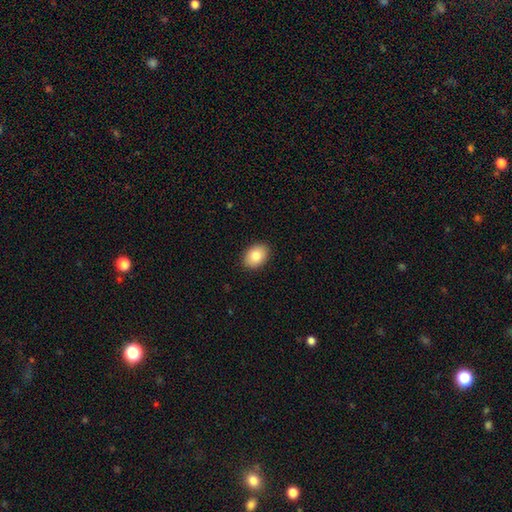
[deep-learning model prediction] This appears to be a smooth galaxy with no disk features (84%) that is in between round and cigar-shaped (78%). Merging: none (90%).